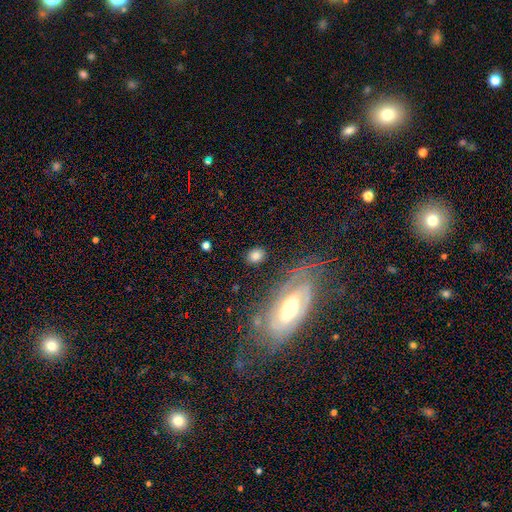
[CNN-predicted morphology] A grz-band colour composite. It shows a smooth galaxy with no disk features (76%) that is in between round and cigar-shaped (53%). Merging: none (84%).